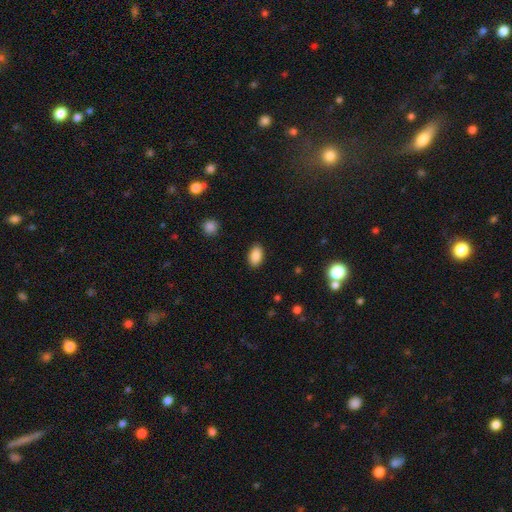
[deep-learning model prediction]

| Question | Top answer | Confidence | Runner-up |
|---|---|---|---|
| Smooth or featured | smooth | 87% | star or artifact (8%) |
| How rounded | in between | 92% | round (6%) |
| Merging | none | 88% | minor disturbance (8%) |